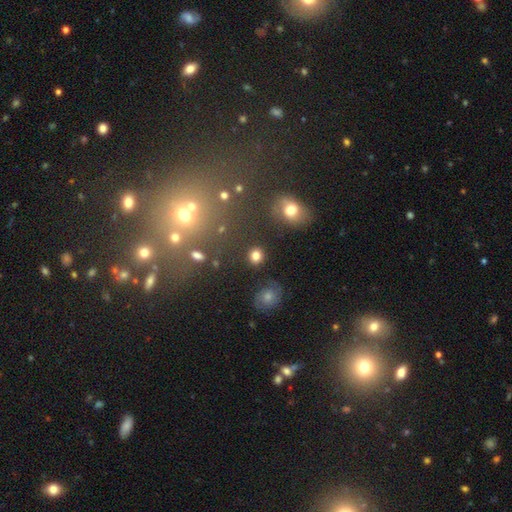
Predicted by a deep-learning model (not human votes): Q: Smooth or featured?
A: smooth (81%); runner-up: star or artifact (12%)
Q: How rounded?
A: round (82%); runner-up: in between (17%)
Q: Merging?
A: none (85%); runner-up: minor disturbance (8%)